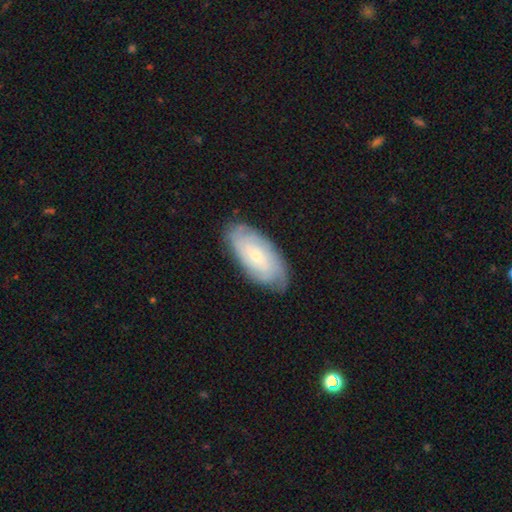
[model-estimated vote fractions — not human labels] Morphology: type=featured or disk (61%); edge-on=no (91%); bar=no (71%); spiral arms=yes (86%); bulge=small (67%); merging=none (80%).